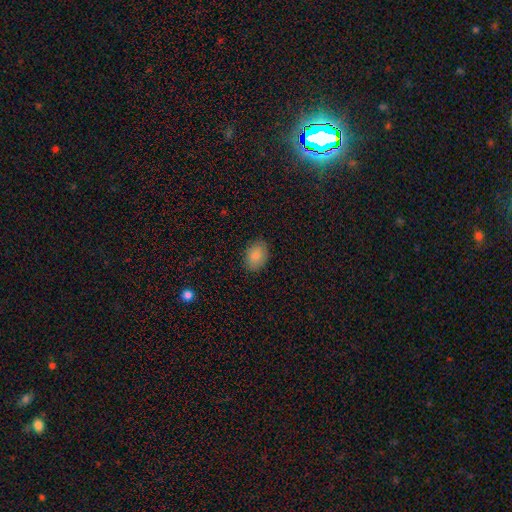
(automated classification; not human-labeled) Morphology: type=smooth (86%); roundness=in between (80%); merging=none (87%).